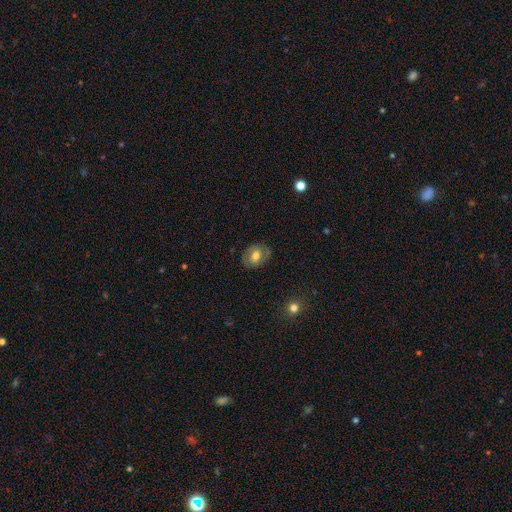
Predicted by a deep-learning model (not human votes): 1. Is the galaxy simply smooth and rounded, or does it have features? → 48% smooth, 44% featured or disk, 8% star or artifact.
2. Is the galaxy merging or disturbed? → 78% none, 15% minor disturbance, 6% major disturbance, 1% merger.